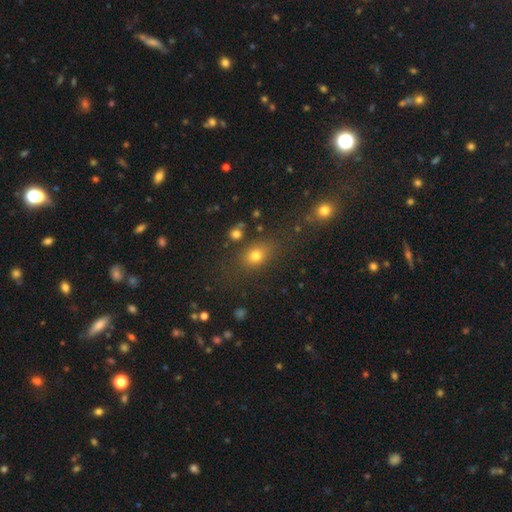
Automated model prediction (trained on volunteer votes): smooth-or-featured: smooth: 73% | star or artifact: 18% | featured or disk: 10%
  how-rounded: in between: 53% | round: 44% | cigar-shaped: 3%
  merging: none: 74% | minor disturbance: 14% | merger: 6% | major disturbance: 6%